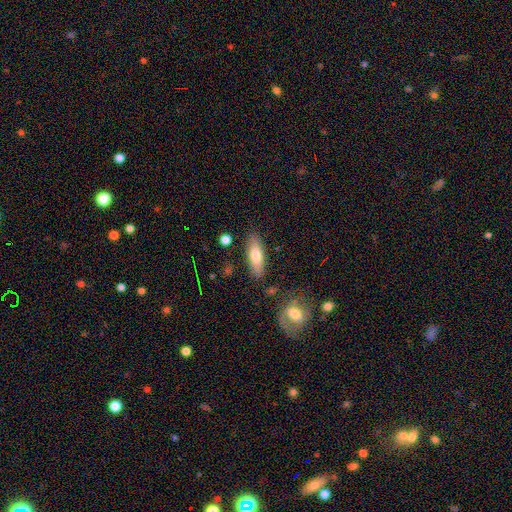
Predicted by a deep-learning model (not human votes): smooth 72%, featured or disk 21%, star or artifact 6%. Down the decision tree: how rounded — in between (58%); merging — none (83%).